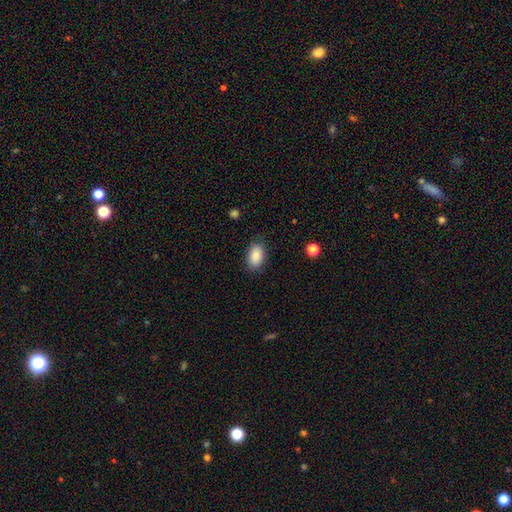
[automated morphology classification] Smooth or featured: smooth — 88% (star or artifact — 7%)
How rounded: in between — 91% (round — 8%)
Merging: none — 84% (minor disturbance — 12%)